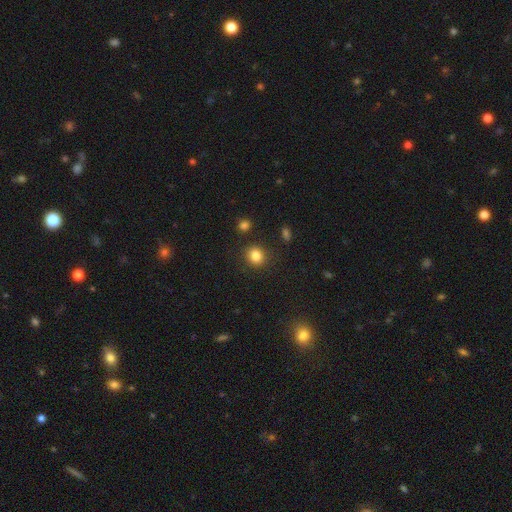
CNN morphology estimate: type=smooth (84%); roundness=round (73%); merging=none (85%).